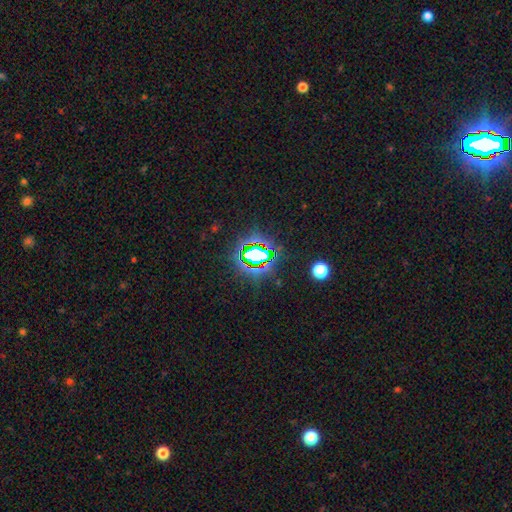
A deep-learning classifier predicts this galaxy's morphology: Q: Smooth or featured?
A: star or artifact (74%); runner-up: smooth (15%)